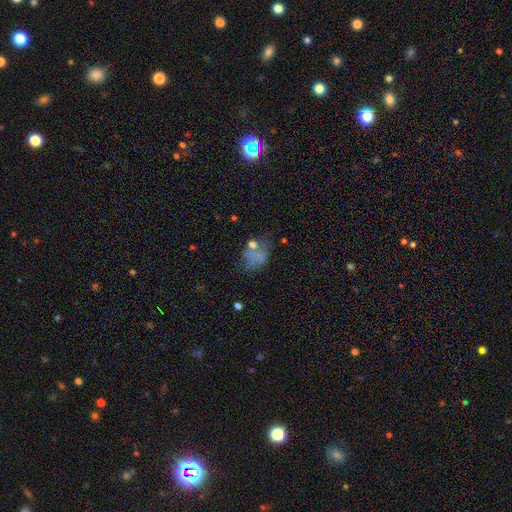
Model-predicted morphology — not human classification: smooth 56%, featured or disk 25%, star or artifact 18%. Down the decision tree: how rounded — in between (61%); merging — none (41%).